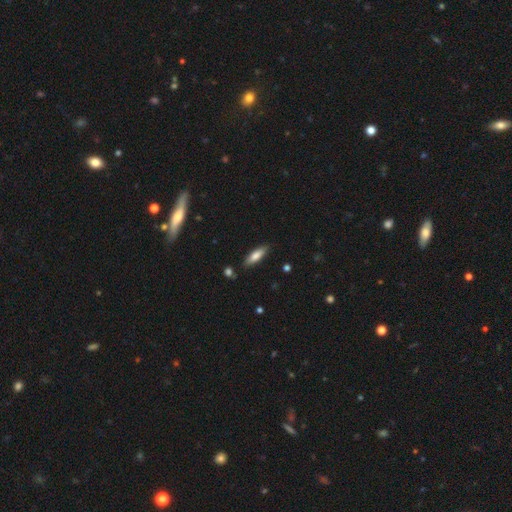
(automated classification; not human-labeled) smooth_or_featured: smooth (p=0.76) [alt: featured or disk p=0.18]
how_rounded: cigar-shaped (p=0.51) [alt: in between p=0.47]
merging: none (p=0.84) [alt: minor disturbance p=0.11]